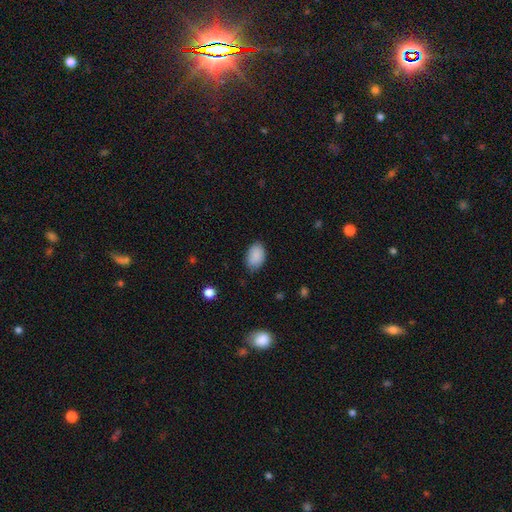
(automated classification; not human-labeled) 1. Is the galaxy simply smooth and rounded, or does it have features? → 88% smooth, 7% star or artifact, 5% featured or disk.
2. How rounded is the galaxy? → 88% in between, 11% round, 1% cigar-shaped.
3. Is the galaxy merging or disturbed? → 75% none, 20% minor disturbance, 4% major disturbance, 1% merger.